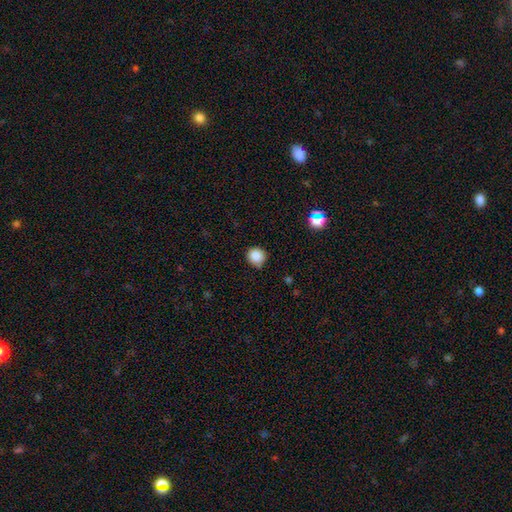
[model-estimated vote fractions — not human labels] Overall: smooth (85%). How rounded: round (92%). Merging: none (80%).